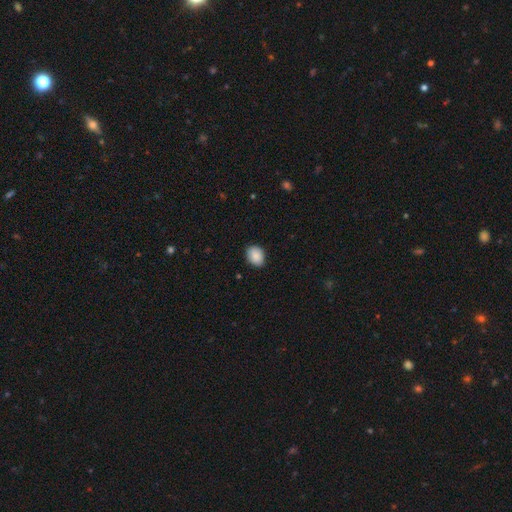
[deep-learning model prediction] Morphology: type=smooth (89%); roundness=in between (63%); merging=none (85%).